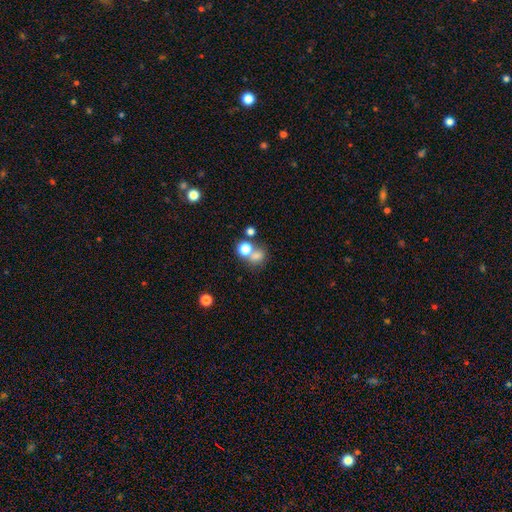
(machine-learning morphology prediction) Q: Smooth or featured?
A: smooth (72%); runner-up: star or artifact (17%)
Q: How rounded?
A: round (63%); runner-up: in between (36%)
Q: Merging?
A: merger (42%); tied with: none (42%)